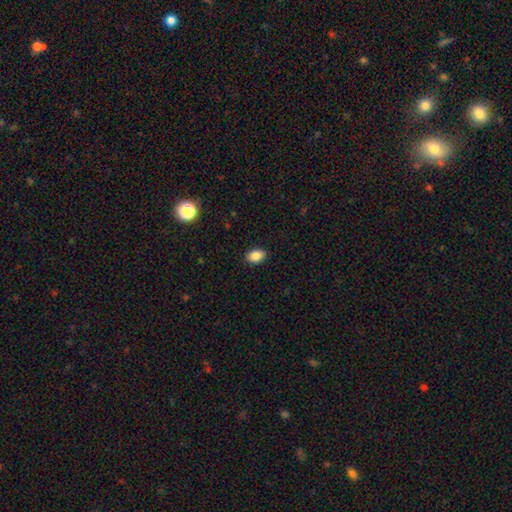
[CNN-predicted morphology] A smooth galaxy with no disk features (88%) that is in between round and cigar-shaped (80%). Merging: none (90%).